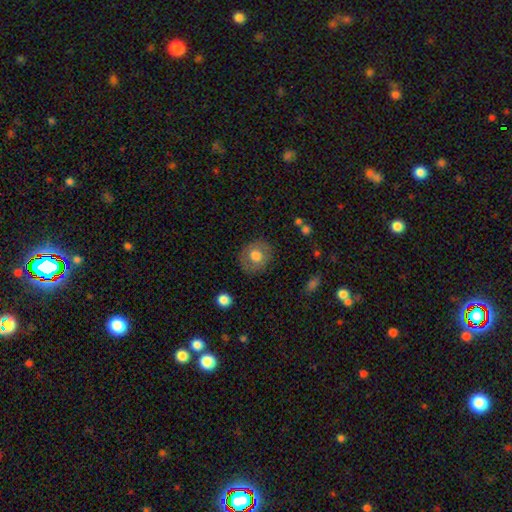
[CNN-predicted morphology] smooth_or_featured: smooth (p=0.66) [alt: featured or disk p=0.26]
how_rounded: round (p=0.79) [alt: in between p=0.20]
merging: none (p=0.82) [alt: minor disturbance p=0.12]